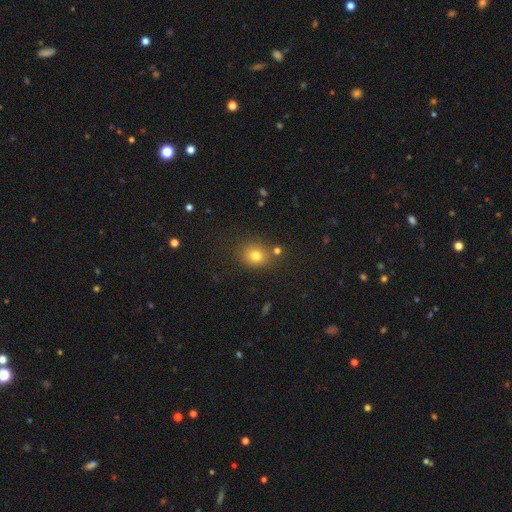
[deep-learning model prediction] Smooth or featured?
  - smooth: 76% *
  - star or artifact: 15%
  - featured or disk: 9%
How rounded?
  - round: 72% *
  - in between: 27%
  - cigar-shaped: 1%
Merging?
  - none: 76% *
  - minor disturbance: 11%
  - merger: 9%
  - major disturbance: 4%